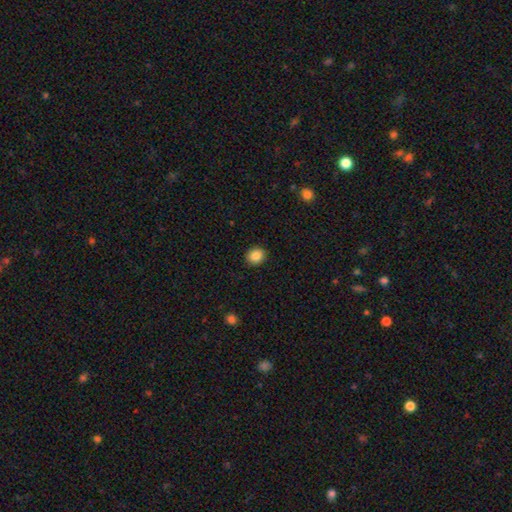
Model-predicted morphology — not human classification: This is clearly a smooth galaxy (86%). How rounded: likely round (75%). Merging: clearly none (91%).